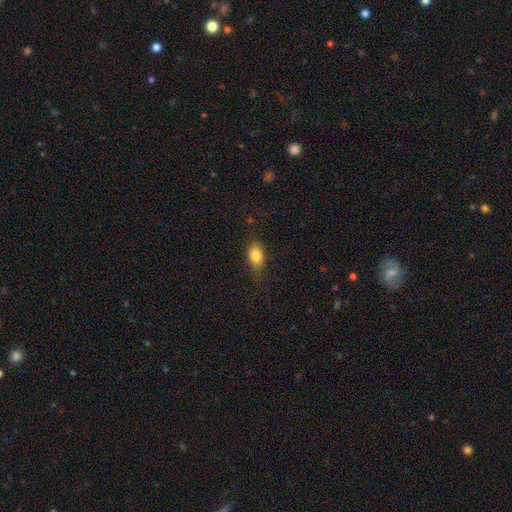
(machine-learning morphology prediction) Smooth or featured? Predicted: smooth (p=0.82). How rounded? Predicted: in between (p=0.80). Merging? Predicted: none (p=0.73).